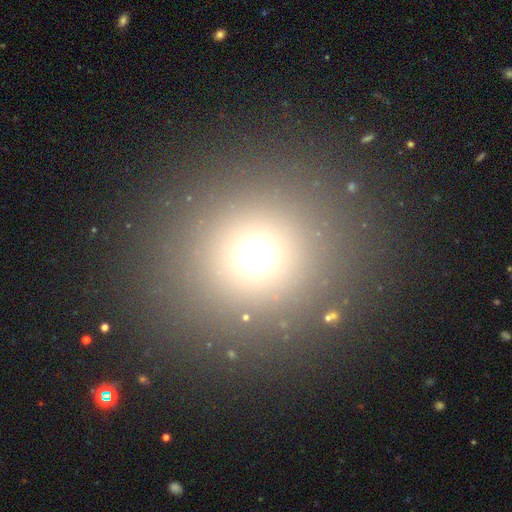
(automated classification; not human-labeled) Smooth or featured?
  - smooth: 65% *
  - star or artifact: 28%
  - featured or disk: 8%
How rounded?
  - round: 92% *
  - in between: 7%
  - cigar-shaped: 1%
Merging?
  - none: 89% *
  - minor disturbance: 5%
  - major disturbance: 4%
  - merger: 2%